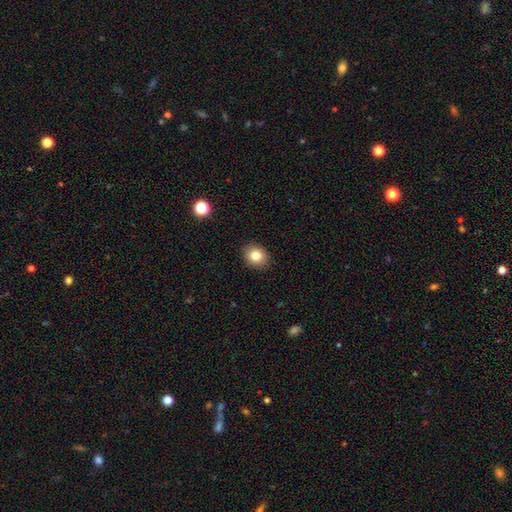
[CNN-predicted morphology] This appears to be a smooth galaxy with no disk features (83%) that is round (56%). Merging: none (89%).